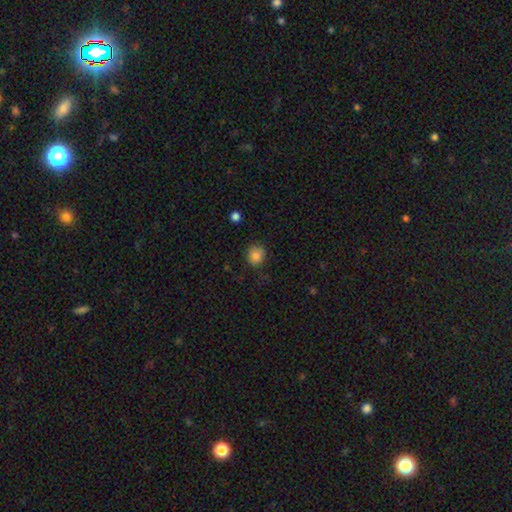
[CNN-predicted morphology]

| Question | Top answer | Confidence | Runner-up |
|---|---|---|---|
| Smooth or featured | smooth | 85% | star or artifact (11%) |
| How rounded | round | 81% | in between (18%) |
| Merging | none | 78% | minor disturbance (16%) |